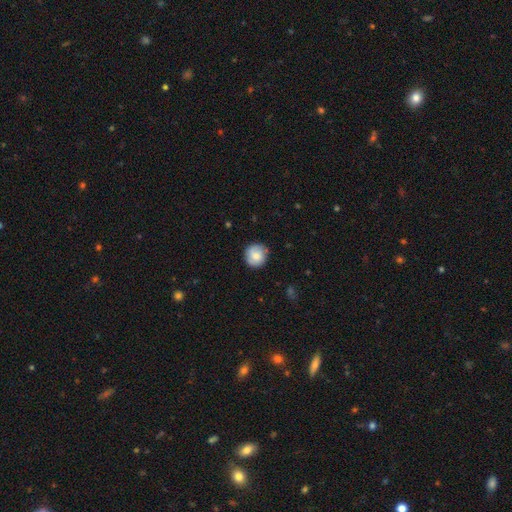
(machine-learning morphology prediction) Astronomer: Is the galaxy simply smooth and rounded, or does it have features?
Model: smooth — 69%.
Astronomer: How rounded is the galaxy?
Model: round — 93%.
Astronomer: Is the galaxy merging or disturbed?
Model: none — 84%.